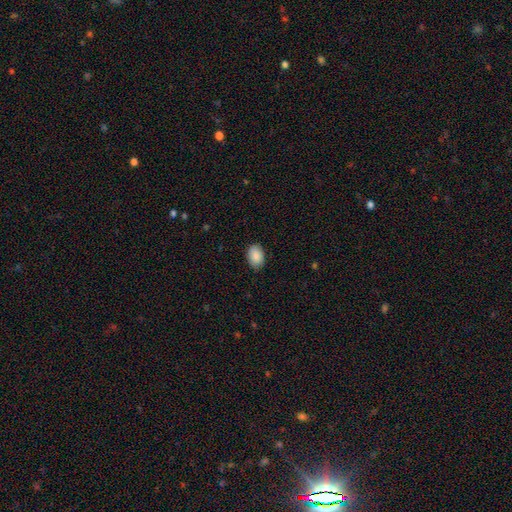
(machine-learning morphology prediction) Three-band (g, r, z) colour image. It shows a smooth galaxy with no disk features (90%) that is in between round and cigar-shaped (86%). Merging: none (87%).